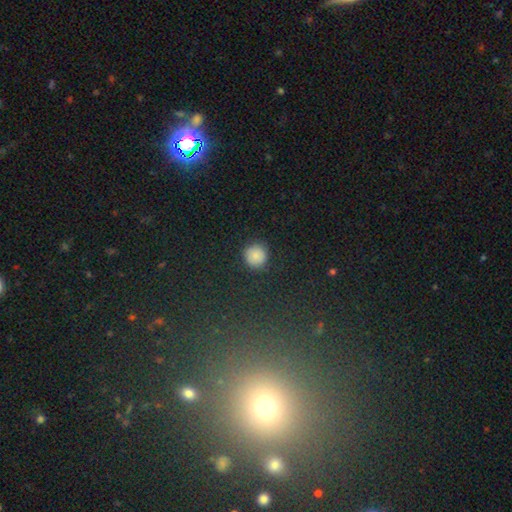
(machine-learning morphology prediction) This is clearly a smooth galaxy (82%). How rounded: clearly round (94%). Merging: clearly none (89%).